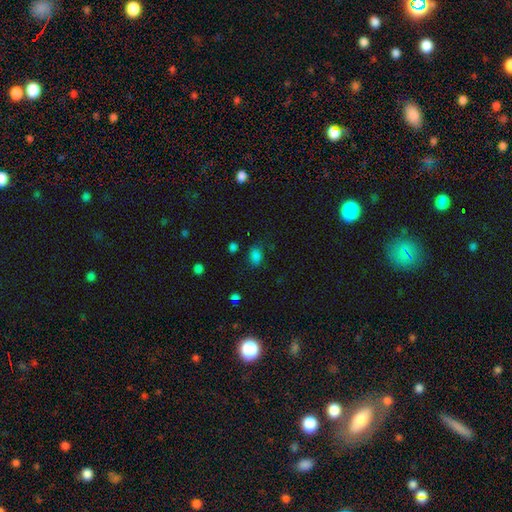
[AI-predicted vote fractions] Smooth or featured?
  - smooth: 79% *
  - star or artifact: 16%
  - featured or disk: 4%
How rounded?
  - in between: 79% *
  - round: 20%
  - cigar-shaped: 1%
Merging?
  - none: 71% *
  - minor disturbance: 20%
  - major disturbance: 7%
  - merger: 3%